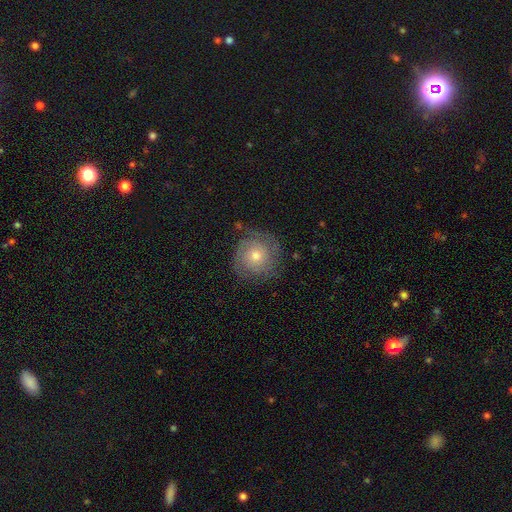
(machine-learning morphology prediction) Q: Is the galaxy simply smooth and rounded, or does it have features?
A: featured or disk — 63%.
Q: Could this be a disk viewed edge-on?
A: no — 97%.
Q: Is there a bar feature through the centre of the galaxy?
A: no — 84%.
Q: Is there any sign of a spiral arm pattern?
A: yes — 86%.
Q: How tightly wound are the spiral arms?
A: tight — 72%.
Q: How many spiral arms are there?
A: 2 — 37%.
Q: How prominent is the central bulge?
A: moderate — 56%.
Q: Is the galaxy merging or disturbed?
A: none — 77%.